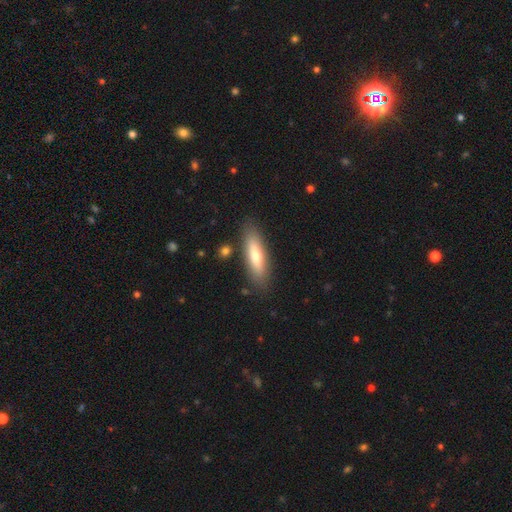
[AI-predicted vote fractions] Smooth or featured: smooth — 69% (featured or disk — 25%)
How rounded: cigar-shaped — 58% (in between — 40%)
Merging: none — 84% (minor disturbance — 10%)